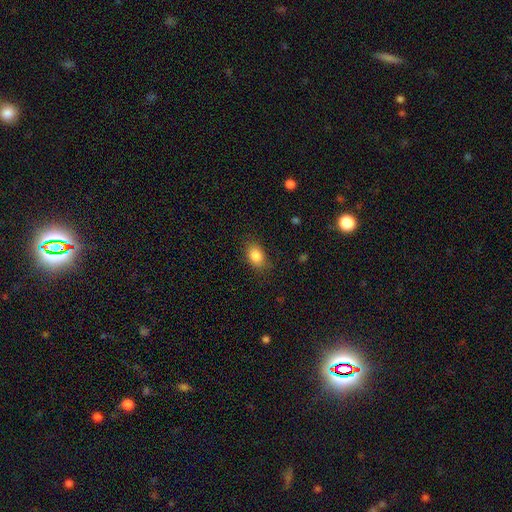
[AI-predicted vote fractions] Smooth or featured?
  - smooth: 85% *
  - star or artifact: 8%
  - featured or disk: 6%
How rounded?
  - in between: 81% *
  - round: 17%
  - cigar-shaped: 2%
Merging?
  - none: 81% *
  - minor disturbance: 14%
  - major disturbance: 4%
  - merger: 1%